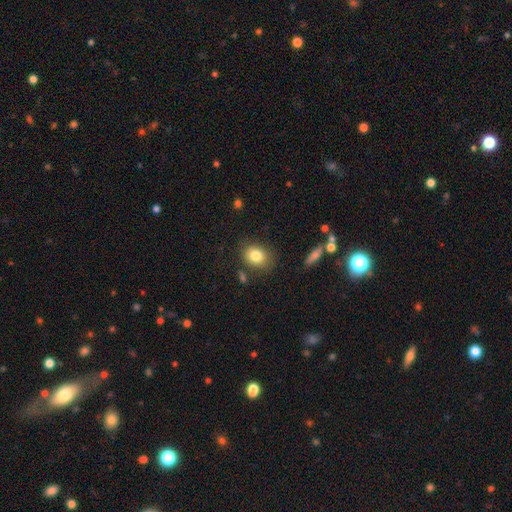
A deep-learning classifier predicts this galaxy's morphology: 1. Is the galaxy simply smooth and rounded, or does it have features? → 82% smooth, 9% featured or disk, 9% star or artifact.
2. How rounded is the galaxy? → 54% in between, 45% round, 1% cigar-shaped.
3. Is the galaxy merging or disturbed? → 78% none, 14% minor disturbance, 4% merger, 4% major disturbance.